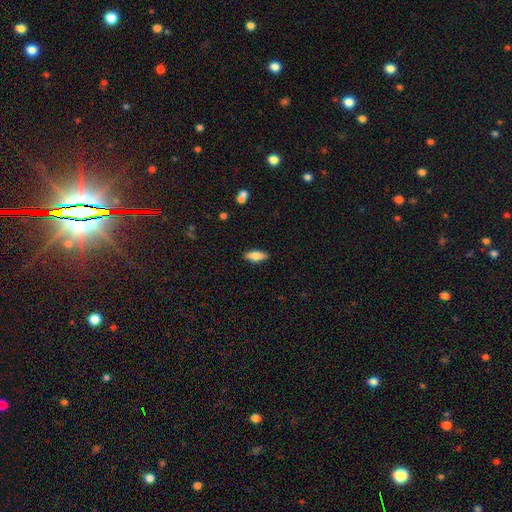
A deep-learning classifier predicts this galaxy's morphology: smooth_or_featured: smooth (p=0.77) [alt: featured or disk p=0.16]
how_rounded: in between (p=0.71) [alt: cigar-shaped p=0.26]
merging: none (p=0.88) [alt: minor disturbance p=0.09]